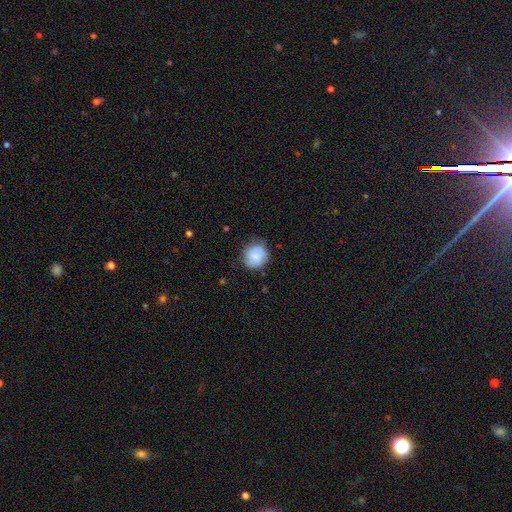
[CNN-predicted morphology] Smooth or featured? smooth (79%)
How rounded? round (87%)
Merging? none (78%)